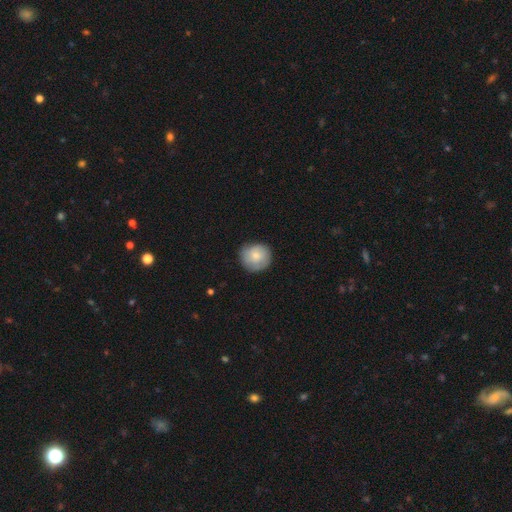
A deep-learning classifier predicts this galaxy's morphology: Overall: smooth (71%). How rounded: round (92%). Merging: none (79%).